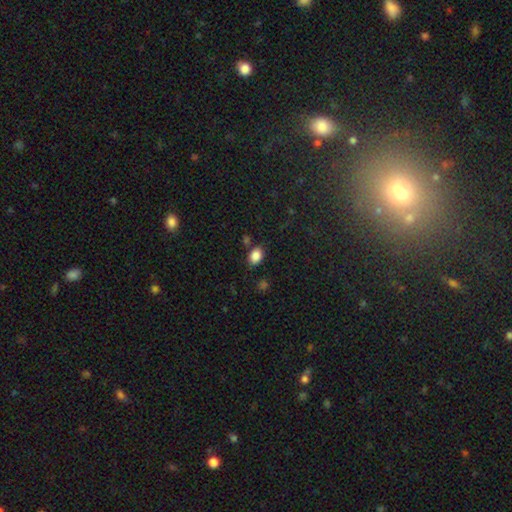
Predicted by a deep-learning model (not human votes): smooth-or-featured: smooth: 86% | star or artifact: 10% | featured or disk: 4%
  how-rounded: in between: 77% | round: 22% | cigar-shaped: 1%
  merging: none: 78% | minor disturbance: 13% | merger: 5% | major disturbance: 4%